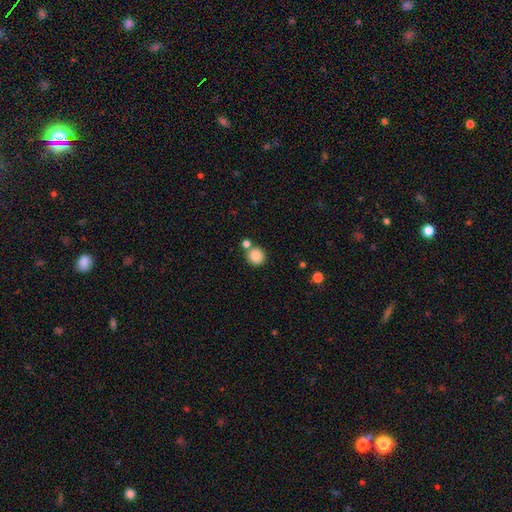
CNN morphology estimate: smooth-or-featured: smooth: 86% | star or artifact: 9% | featured or disk: 4%
  how-rounded: round: 91% | in between: 8% | cigar-shaped: 1%
  merging: none: 71% | merger: 18% | minor disturbance: 8% | major disturbance: 3%